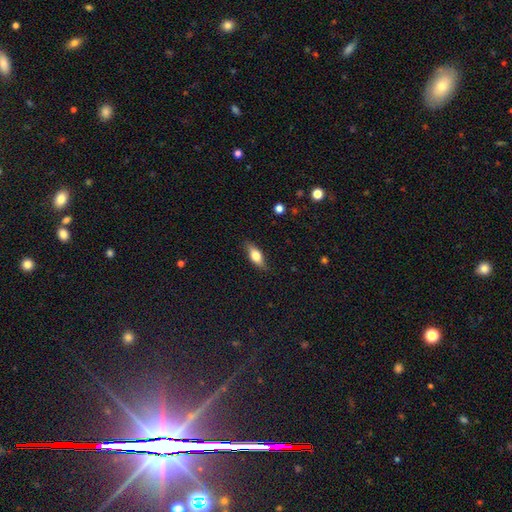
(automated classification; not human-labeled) smooth 65%, featured or disk 28%, star or artifact 7%. Down the decision tree: how rounded — in between (73%); merging — none (81%).